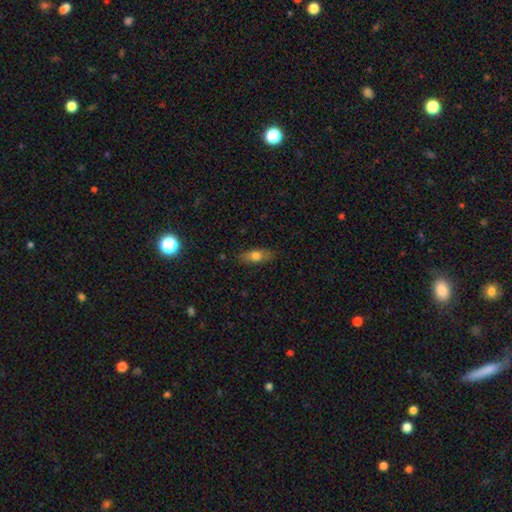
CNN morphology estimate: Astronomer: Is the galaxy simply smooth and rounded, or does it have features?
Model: smooth — 72%.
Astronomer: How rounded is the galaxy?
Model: in between — 77%.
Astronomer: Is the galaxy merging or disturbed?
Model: none — 85%.